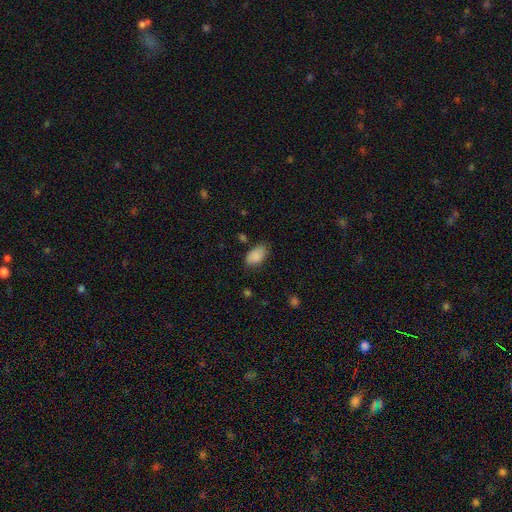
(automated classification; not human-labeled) Overall: smooth (88%). How rounded: in between (93%). Merging: none (74%).